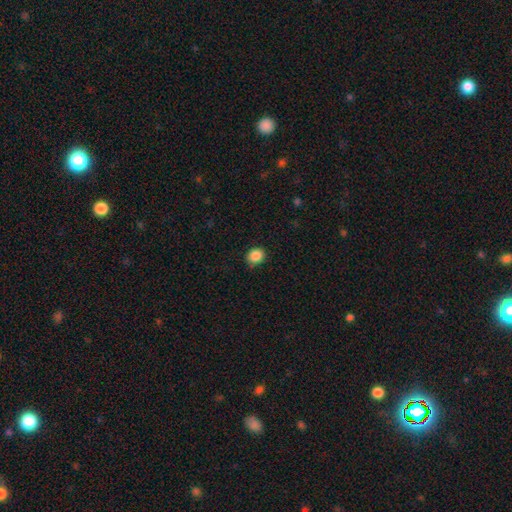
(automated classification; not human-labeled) Smooth or featured? smooth (87%)
How rounded? round (69%)
Merging? none (85%)